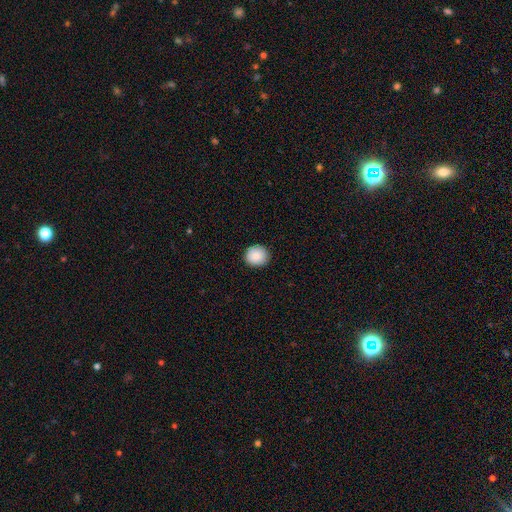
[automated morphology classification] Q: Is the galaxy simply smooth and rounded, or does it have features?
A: smooth — 89%.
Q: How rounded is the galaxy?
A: round — 85%.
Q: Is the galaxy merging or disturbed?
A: none — 90%.